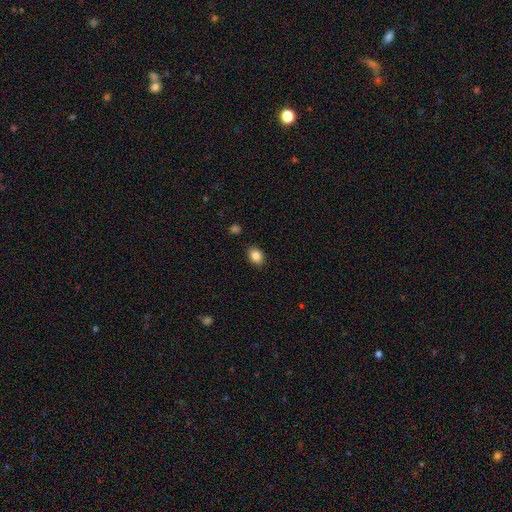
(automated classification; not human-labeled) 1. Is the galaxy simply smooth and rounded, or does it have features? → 85% smooth, 9% star or artifact, 5% featured or disk.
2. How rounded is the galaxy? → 67% in between, 32% round, 1% cigar-shaped.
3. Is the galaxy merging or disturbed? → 88% none, 8% minor disturbance, 2% major disturbance, 1% merger.